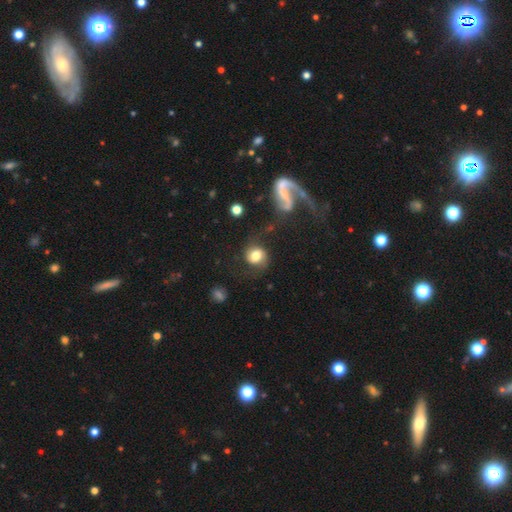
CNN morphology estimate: Overall: smooth (55%; featured or disk 35%). How rounded: round (78%). Merging: none (62%).